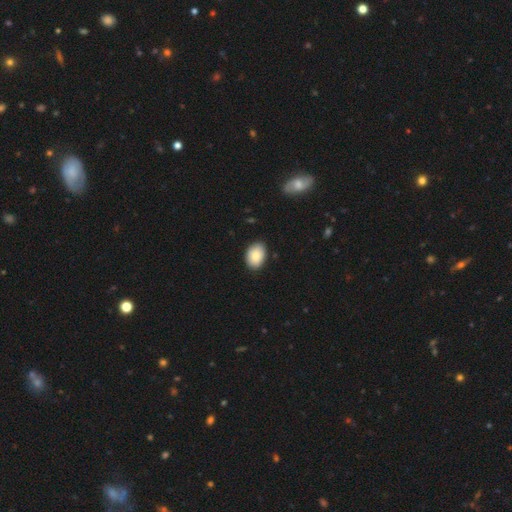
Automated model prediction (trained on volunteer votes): A smooth galaxy with no disk features (85%) that is in between round and cigar-shaped (82%). Merging: none (84%).